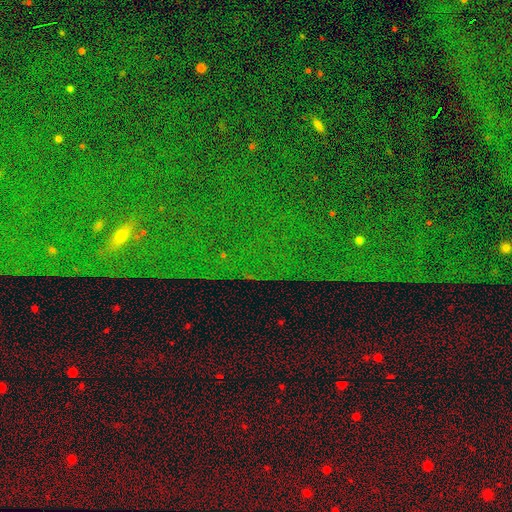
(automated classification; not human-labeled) The model was most divided on "smooth or featured": star or artifact: 80%, smooth: 10%, featured or disk: 10%.